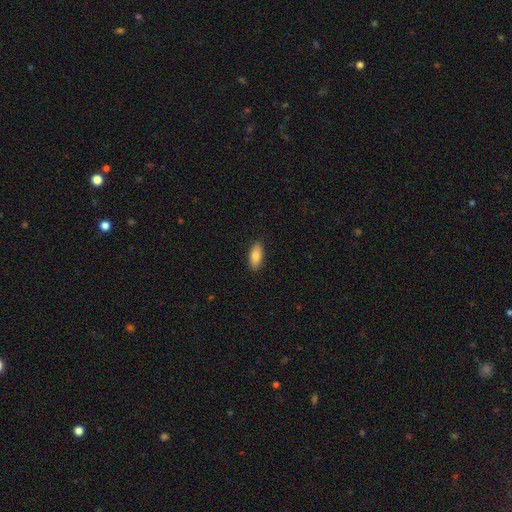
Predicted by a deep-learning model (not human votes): Smooth or featured: smooth — 84% (featured or disk — 9%)
How rounded: in between — 85% (cigar-shaped — 12%)
Merging: none — 89% (minor disturbance — 8%)